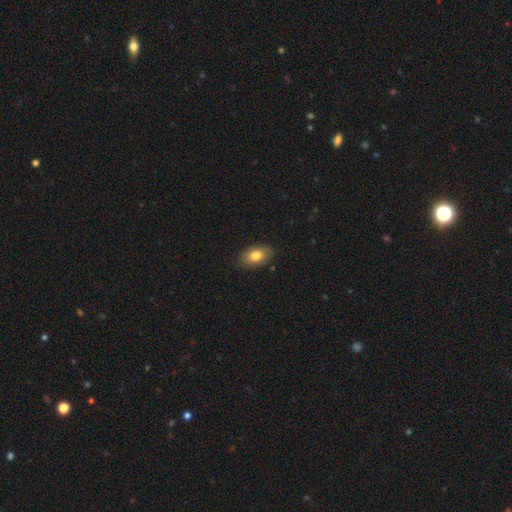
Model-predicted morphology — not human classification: Smooth or featured?
  - smooth: 80% *
  - featured or disk: 13%
  - star or artifact: 7%
How rounded?
  - in between: 90% *
  - round: 8%
  - cigar-shaped: 2%
Merging?
  - none: 84% *
  - minor disturbance: 12%
  - major disturbance: 2%
  - merger: 1%